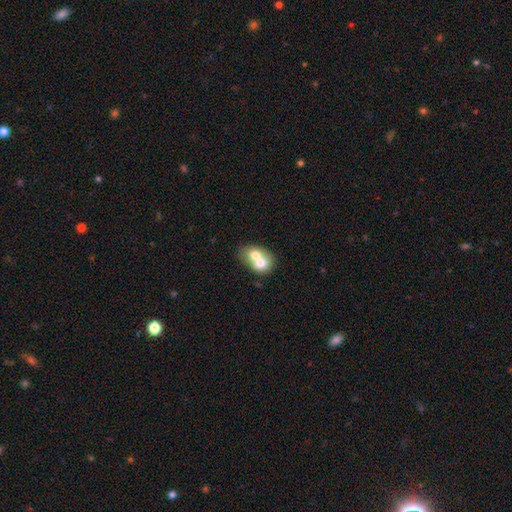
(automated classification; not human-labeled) smooth-or-featured: smooth: 65% | featured or disk: 27% | star or artifact: 8%
  how-rounded: in between: 56% | round: 42% | cigar-shaped: 1%
  merging: merger: 72% | none: 19% | minor disturbance: 6% | major disturbance: 3%